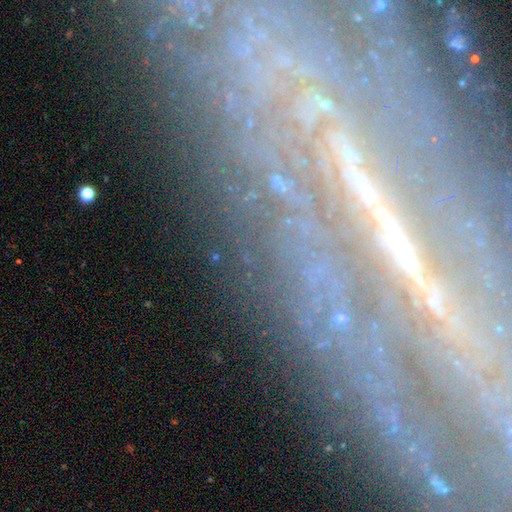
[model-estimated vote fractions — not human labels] A featured or disk galaxy (66%).

Vote fractions:
- Smooth or featured? featured or disk: 66% / star or artifact: 23% / smooth: 11%
- Edge-on disk? no: 59% / yes: 41%
- Merging? none: 74% / minor disturbance: 14% / major disturbance: 9% / merger: 3%